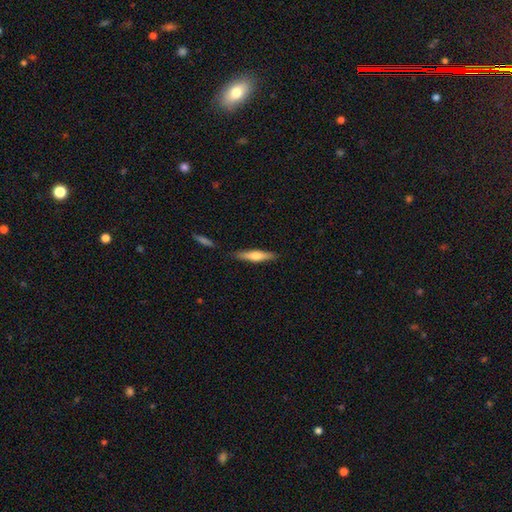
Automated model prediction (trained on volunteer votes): Morphology: type=smooth (53%); roundness=cigar-shaped (82%); merging=none (86%).